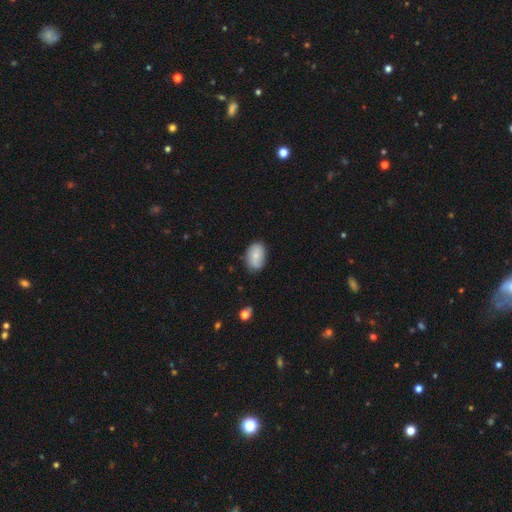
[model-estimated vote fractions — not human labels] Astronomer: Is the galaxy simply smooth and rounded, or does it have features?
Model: smooth — 70%.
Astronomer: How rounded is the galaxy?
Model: in between — 86%.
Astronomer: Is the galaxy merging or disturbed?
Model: none — 77%.